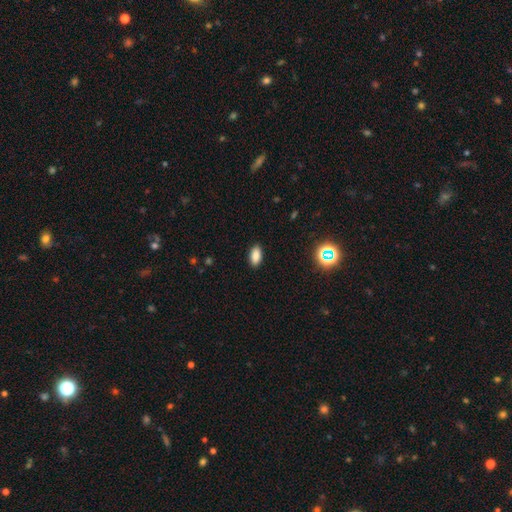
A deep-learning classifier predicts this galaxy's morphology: This is clearly a smooth galaxy (86%). How rounded: clearly in between (91%). Merging: clearly none (89%).